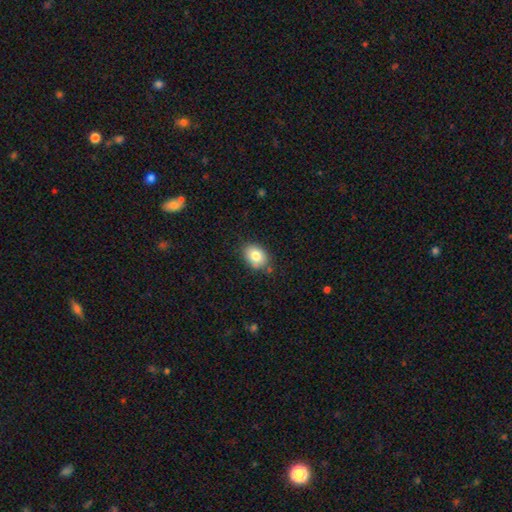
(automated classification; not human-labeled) This is clearly a smooth galaxy (82%). How rounded: likely in between (71%). Merging: likely none (80%).